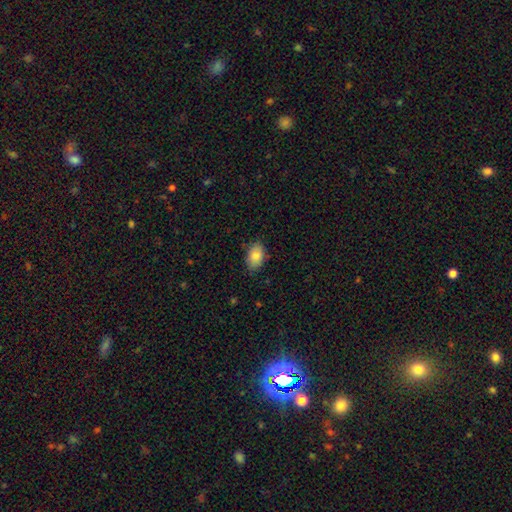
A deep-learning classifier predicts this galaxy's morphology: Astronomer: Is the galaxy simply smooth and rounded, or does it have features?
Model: smooth — 84%.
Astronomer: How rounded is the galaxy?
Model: in between — 90%.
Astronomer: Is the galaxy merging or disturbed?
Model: none — 84%.